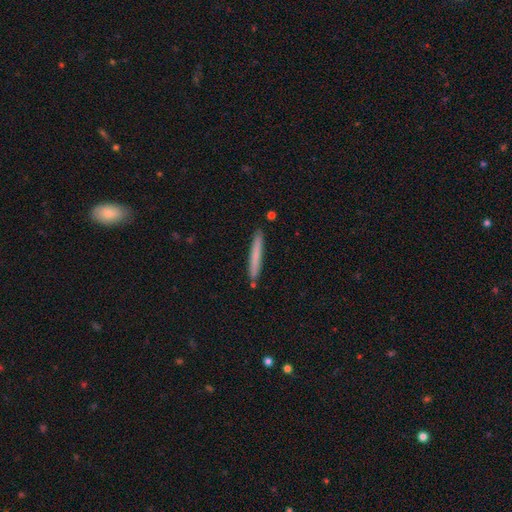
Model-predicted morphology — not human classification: A smooth galaxy with no disk features (71%) that is cigar-shaped (97%).

Vote fractions:
- Smooth or featured? smooth: 71% / featured or disk: 23% / star or artifact: 6%
- How rounded? cigar-shaped: 97% / in between: 2% / round: 1%
- Merging? none: 87% / minor disturbance: 8% / merger: 3% / major disturbance: 1%